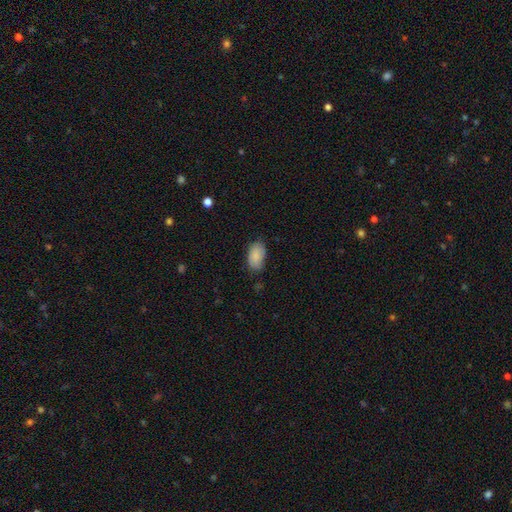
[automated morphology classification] Q: Smooth or featured?
A: smooth (86%); runner-up: featured or disk (7%)
Q: How rounded?
A: in between (93%); runner-up: round (5%)
Q: Merging?
A: none (72%); runner-up: minor disturbance (23%)